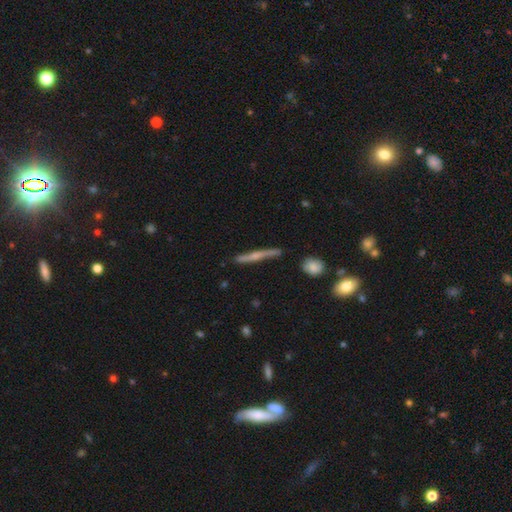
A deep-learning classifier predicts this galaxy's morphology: A featured or disk galaxy (59%) viewed edge-on (93%) with a rounded central bulge (59%). Merging: none (81%).